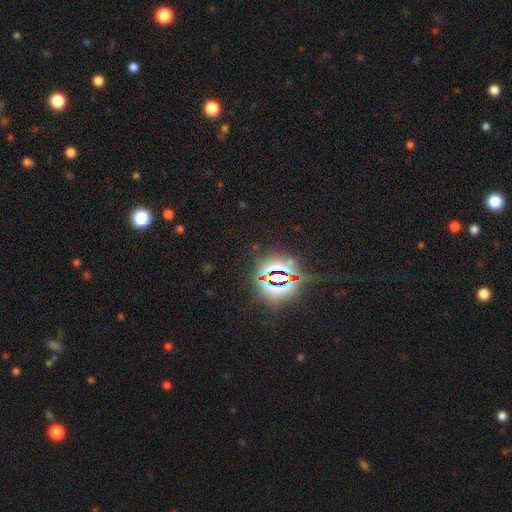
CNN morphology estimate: Smooth or featured? star or artifact (84%)